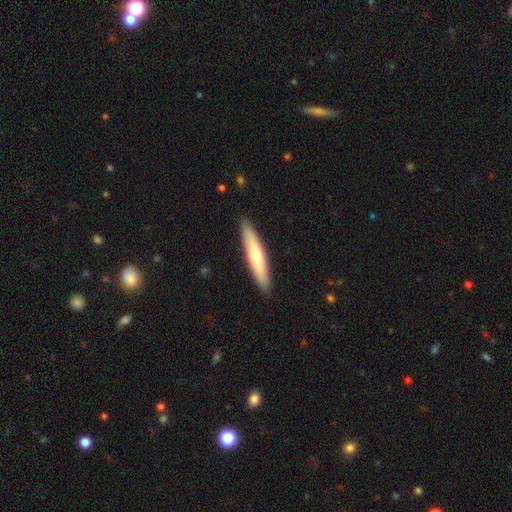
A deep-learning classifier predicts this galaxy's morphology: The model was most divided on "smooth or featured": smooth: 52%, featured or disk: 42%, star or artifact: 6%. More confident: merging — none (91%); how rounded — cigar-shaped (88%).